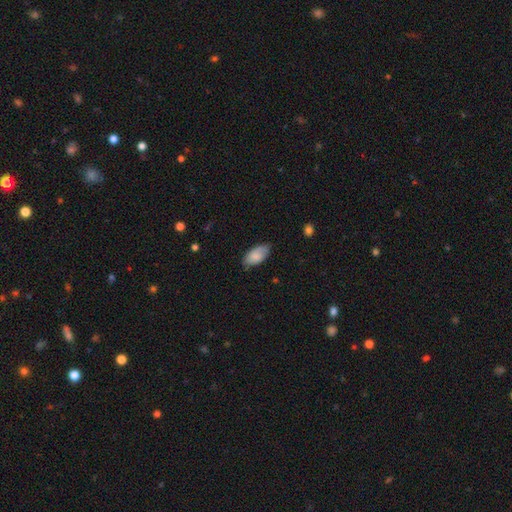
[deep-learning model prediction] This is clearly a smooth galaxy (83%). How rounded: clearly in between (94%). Merging: likely none (73%).